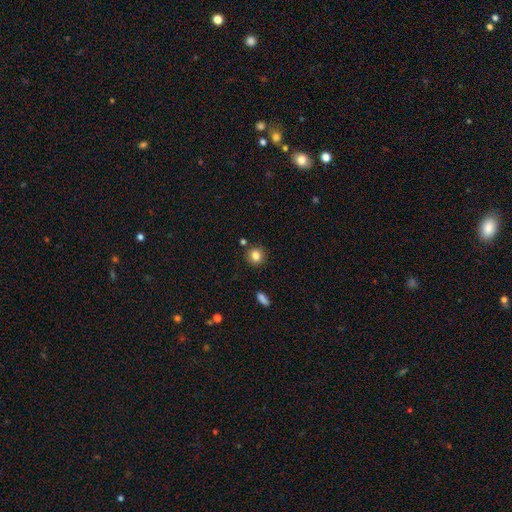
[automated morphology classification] This is clearly a smooth galaxy (83%). How rounded: clearly round (89%). Merging: clearly none (85%).